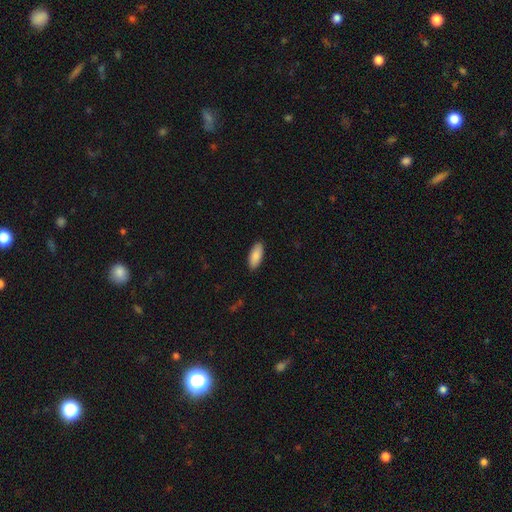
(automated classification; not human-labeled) smooth_or_featured: smooth (p=0.89) [alt: featured or disk p=0.06]
how_rounded: in between (p=0.84) [alt: cigar-shaped p=0.14]
merging: none (p=0.89) [alt: minor disturbance p=0.09]